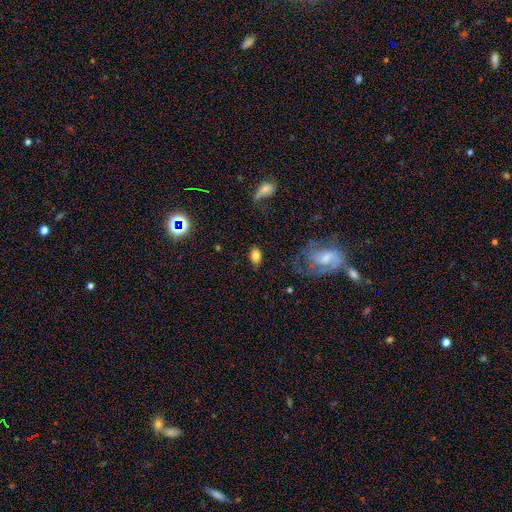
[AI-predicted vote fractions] smooth 78%, featured or disk 12%, star or artifact 10%. Down the decision tree: how rounded — in between (82%); merging — none (78%).